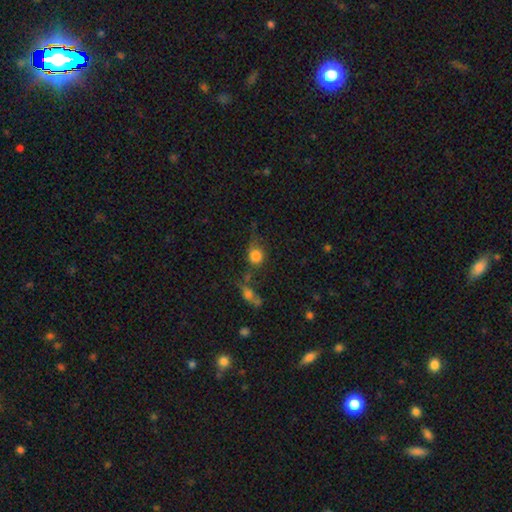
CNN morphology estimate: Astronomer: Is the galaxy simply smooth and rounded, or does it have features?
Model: smooth — 79%.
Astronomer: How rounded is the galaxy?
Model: round — 74%.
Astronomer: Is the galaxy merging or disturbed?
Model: none — 49%.